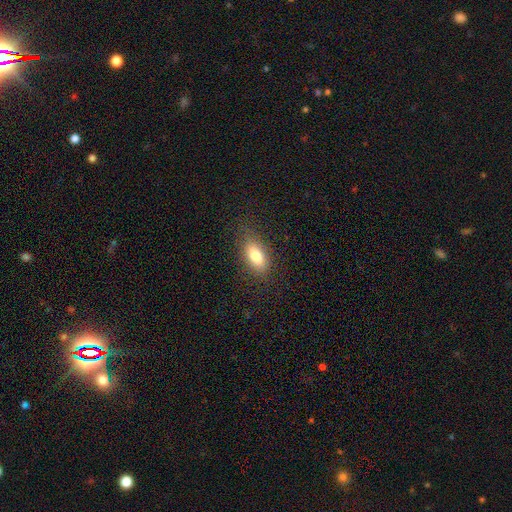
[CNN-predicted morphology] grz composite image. It shows a smooth galaxy with no disk features (79%) that is in between round and cigar-shaped (85%). Merging: none (80%).